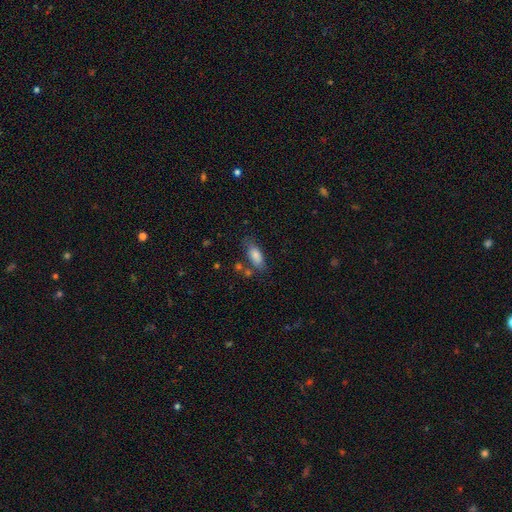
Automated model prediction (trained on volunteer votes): smooth 83%, featured or disk 10%, star or artifact 7%. Down the decision tree: how rounded — in between (83%); merging — none (62%).